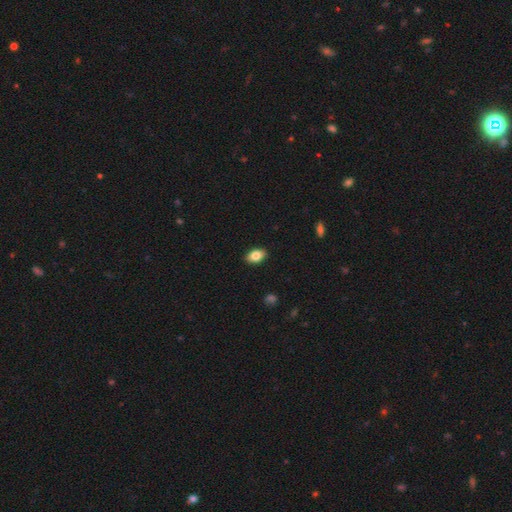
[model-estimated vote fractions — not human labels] A smooth galaxy with no disk features (82%) that is in between round and cigar-shaped (89%). Merging: none (90%).